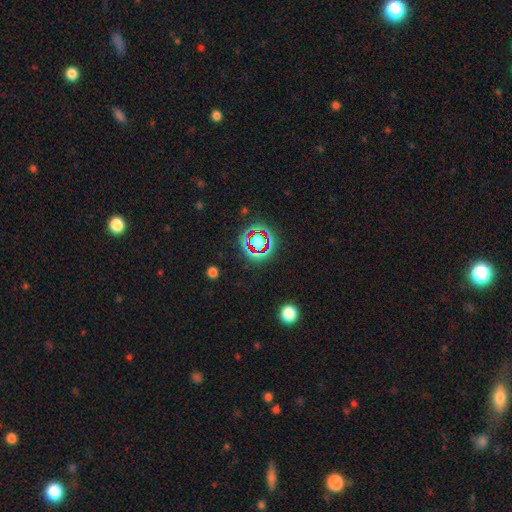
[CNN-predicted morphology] Q: Smooth or featured?
A: star or artifact (75%); runner-up: smooth (15%)